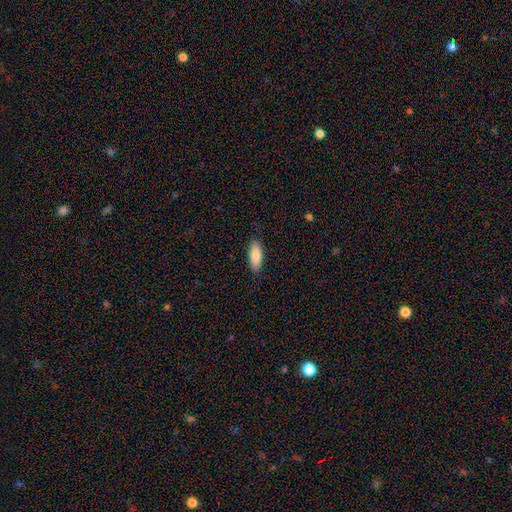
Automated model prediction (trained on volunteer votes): This is clearly a smooth galaxy (85%). How rounded: likely in between (70%). Merging: clearly none (86%).